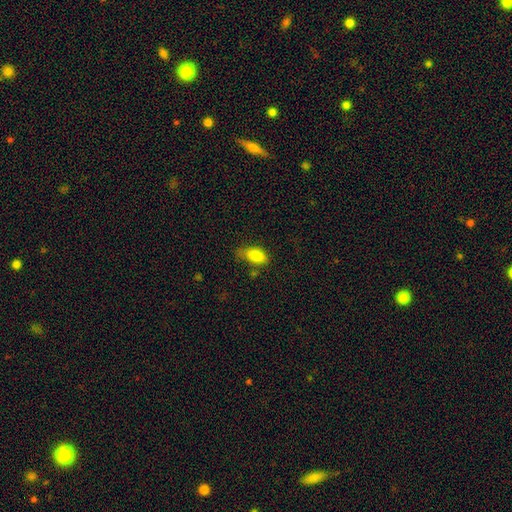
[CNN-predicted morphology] Smooth or featured: smooth — 85% (star or artifact — 8%)
How rounded: in between — 90% (cigar-shaped — 6%)
Merging: none — 54% (minor disturbance — 32%)